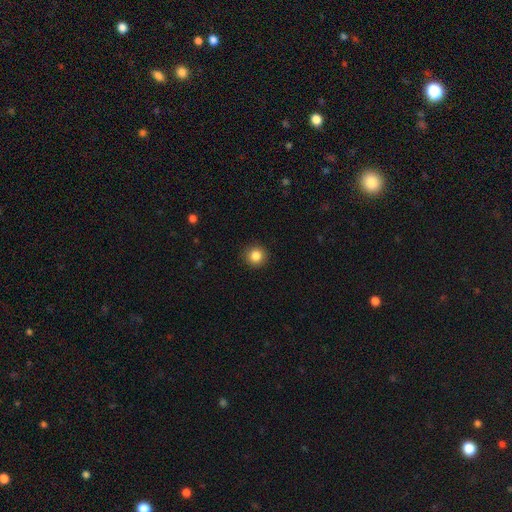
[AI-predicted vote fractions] Smooth or featured?
  - smooth: 85% *
  - star or artifact: 10%
  - featured or disk: 4%
How rounded?
  - round: 95% *
  - in between: 4%
  - cigar-shaped: 1%
Merging?
  - none: 92% *
  - minor disturbance: 5%
  - major disturbance: 2%
  - merger: 1%